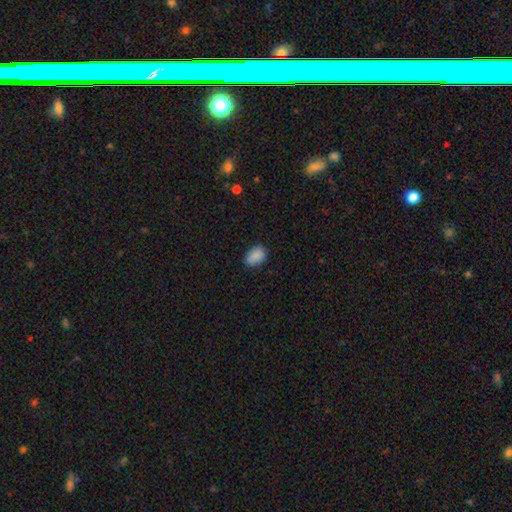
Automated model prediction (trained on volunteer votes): This is clearly a smooth galaxy (88%). How rounded: clearly in between (84%). Merging: likely none (77%).